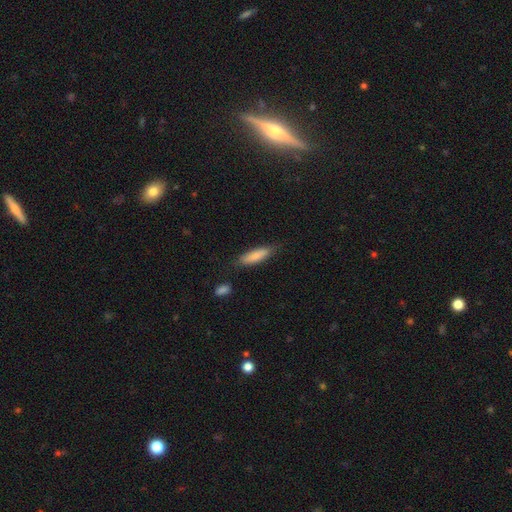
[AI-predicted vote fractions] This appears to be a smooth galaxy with no disk features (83%) that is cigar-shaped (62%). Merging: none (78%).